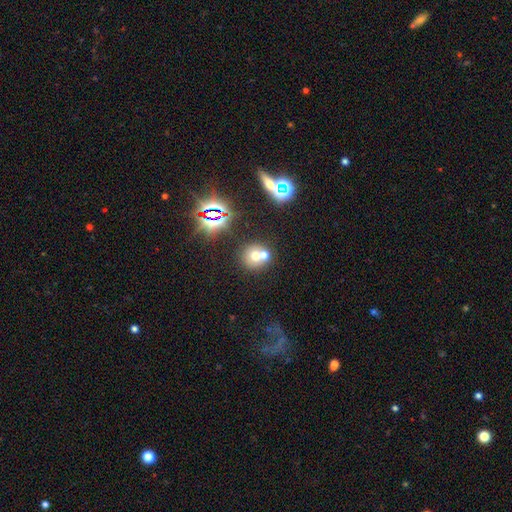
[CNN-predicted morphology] Q: Smooth or featured?
A: smooth (60%); runner-up: star or artifact (21%)
Q: How rounded?
A: round (86%); runner-up: in between (13%)
Q: Merging?
A: merger (49%); runner-up: none (42%)